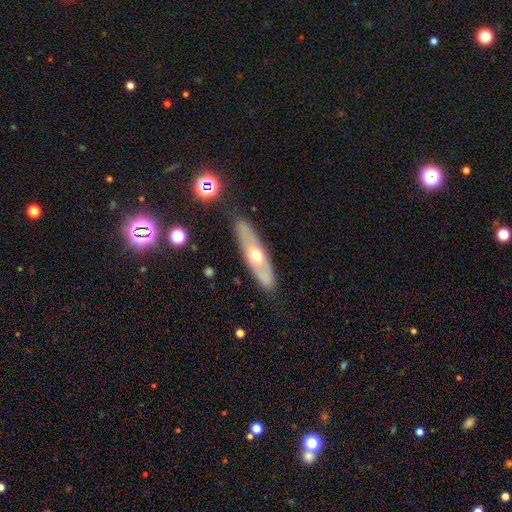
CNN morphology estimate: This is possibly a featured or disk galaxy (55%). It is possibly viewed edge-on (51%). Merging: clearly none (83%).